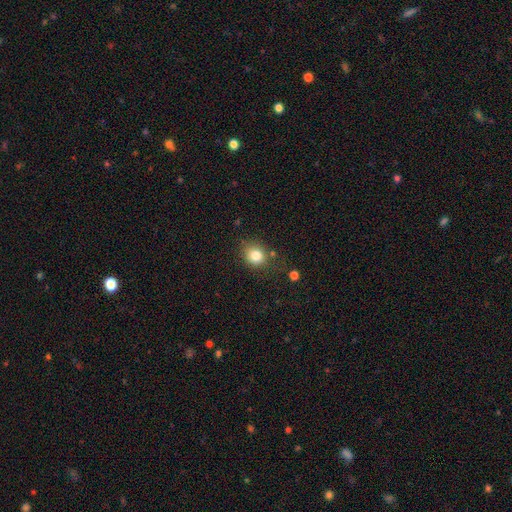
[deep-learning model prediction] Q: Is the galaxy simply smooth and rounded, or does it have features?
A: smooth — 81%.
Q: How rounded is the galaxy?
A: round — 77%.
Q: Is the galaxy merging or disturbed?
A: none — 73%.